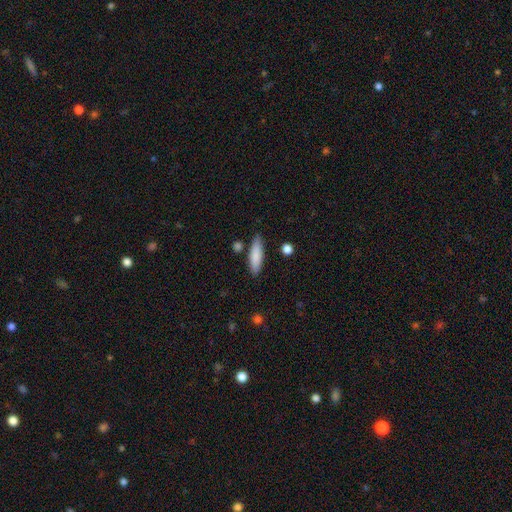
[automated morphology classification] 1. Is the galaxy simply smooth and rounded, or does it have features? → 83% smooth, 11% featured or disk, 6% star or artifact.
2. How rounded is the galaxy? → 58% cigar-shaped, 41% in between, 2% round.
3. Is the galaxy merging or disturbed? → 82% none, 11% minor disturbance, 4% merger, 2% major disturbance.